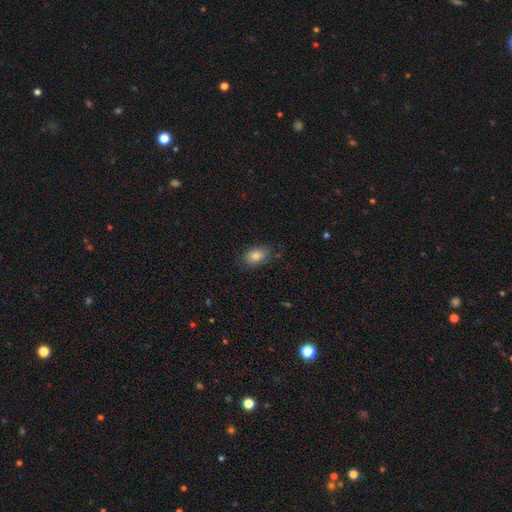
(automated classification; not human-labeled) This is clearly a smooth galaxy (84%). How rounded: clearly in between (86%). Merging: likely none (75%).